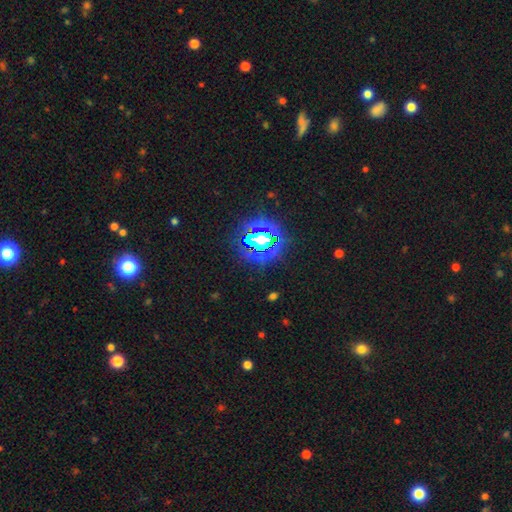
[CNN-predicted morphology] A star or artifact, not a galaxy (82%).